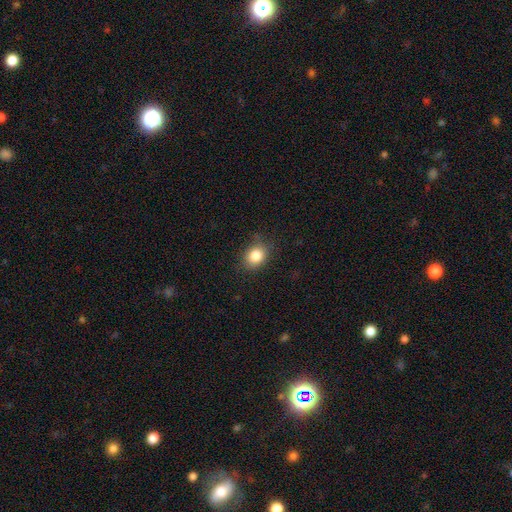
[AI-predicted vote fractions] A smooth galaxy with no disk features (83%) that is round (51%). Merging: none (80%).